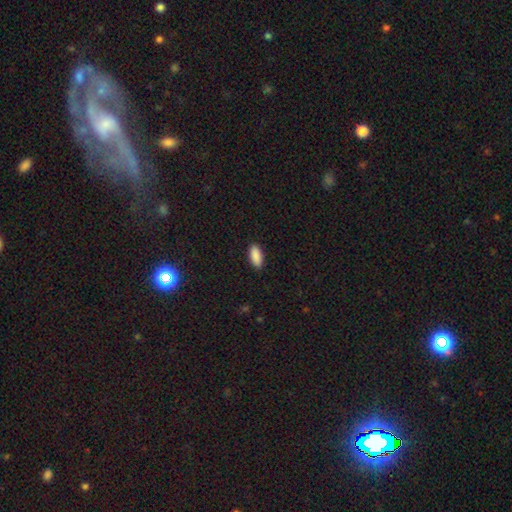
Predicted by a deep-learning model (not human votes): This is clearly a smooth galaxy (90%). How rounded: clearly in between (88%). Merging: clearly none (89%).